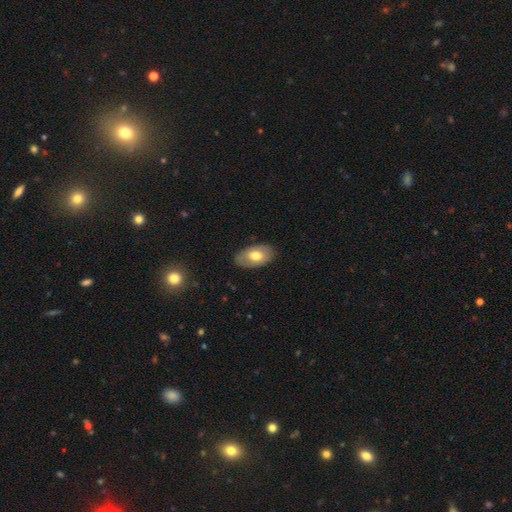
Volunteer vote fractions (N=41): A smooth galaxy with no disk features (68%) that is in between round and cigar-shaped (93%).

Vote fractions:
- Smooth or featured? smooth: 68% / featured or disk: 27% / star or artifact: 5%
- How rounded? in between: 93% / round: 7% / cigar-shaped: 0%
- Merging? none: 90% / minor disturbance: 10% / major disturbance: 0% / merger: 0%